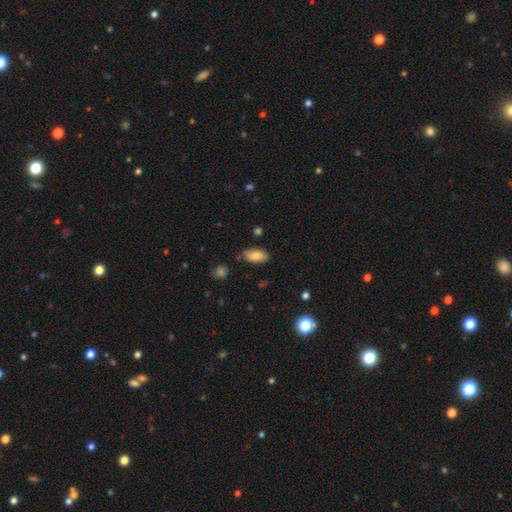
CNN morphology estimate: Smooth or featured?
  - smooth: 84% *
  - featured or disk: 9%
  - star or artifact: 8%
How rounded?
  - in between: 93% *
  - cigar-shaped: 5%
  - round: 3%
Merging?
  - none: 79% *
  - minor disturbance: 16%
  - major disturbance: 3%
  - merger: 3%